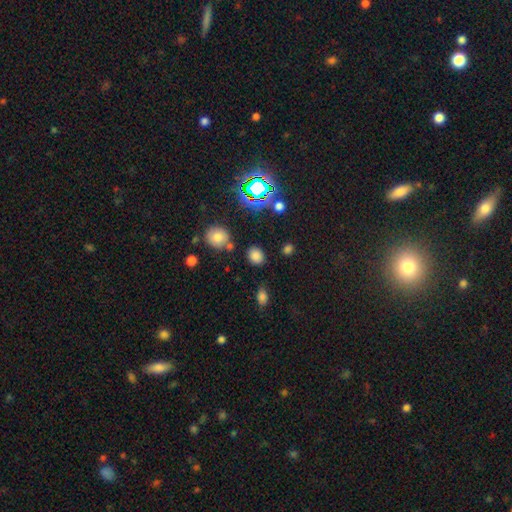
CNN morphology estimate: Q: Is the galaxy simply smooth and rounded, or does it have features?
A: smooth — 74%.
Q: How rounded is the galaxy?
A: round — 55%.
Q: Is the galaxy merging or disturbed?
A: none — 81%.